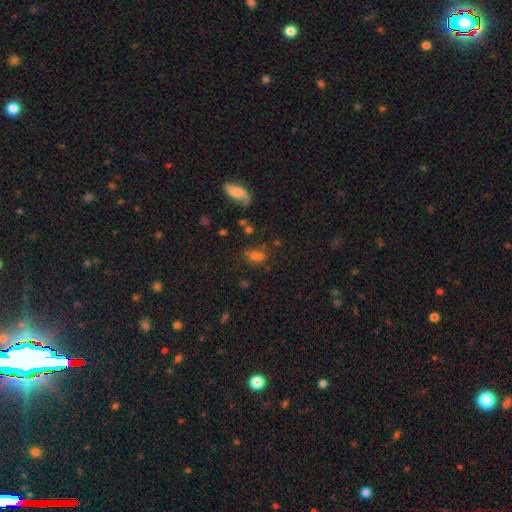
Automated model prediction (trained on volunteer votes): Smooth or featured: smooth — 57% (star or artifact — 27%)
How rounded: in between — 70% (round — 26%)
Merging: none — 57% (minor disturbance — 18%)